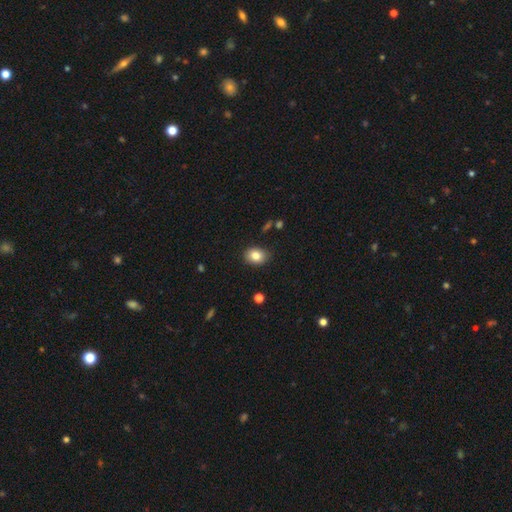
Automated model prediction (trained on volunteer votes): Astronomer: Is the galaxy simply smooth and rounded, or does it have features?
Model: smooth — 83%.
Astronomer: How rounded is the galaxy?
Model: in between — 64%.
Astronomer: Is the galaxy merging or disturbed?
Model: none — 87%.